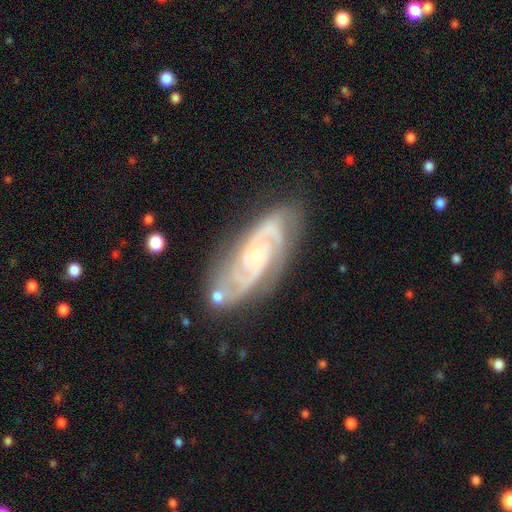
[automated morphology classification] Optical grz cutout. It shows a featured or disk galaxy (90%) with no bar (67%), 2 (54%) tight (60%) spiral arms (98%) and a small central bulge (68%). Merging: none (76%).